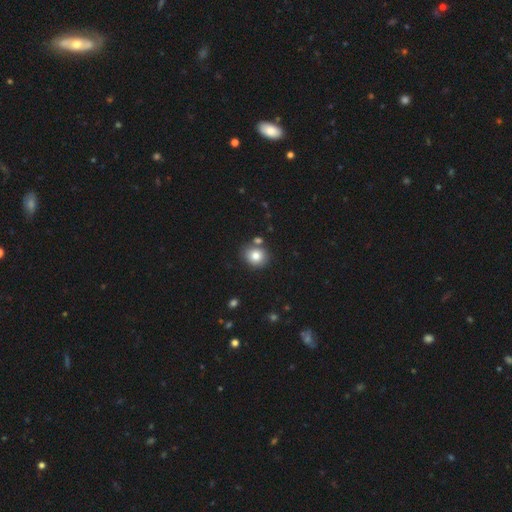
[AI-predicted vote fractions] Smooth or featured: smooth — 80% (star or artifact — 10%)
How rounded: round — 76% (in between — 24%)
Merging: none — 75% (merger — 12%)